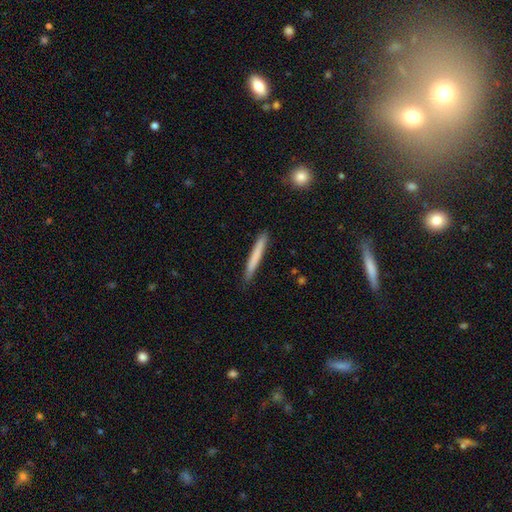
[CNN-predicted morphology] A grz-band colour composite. It shows a smooth galaxy with no disk features (72%) that is cigar-shaped (97%). Merging: none (88%).